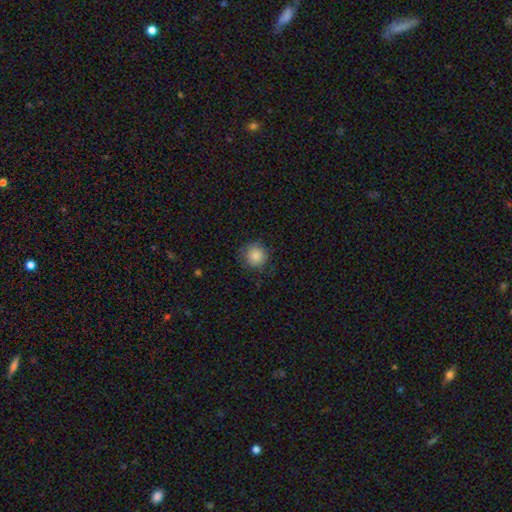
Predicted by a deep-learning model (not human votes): Smooth or featured? Predicted: smooth (p=0.86). How rounded? Predicted: round (p=0.93). Merging? Predicted: none (p=0.83).